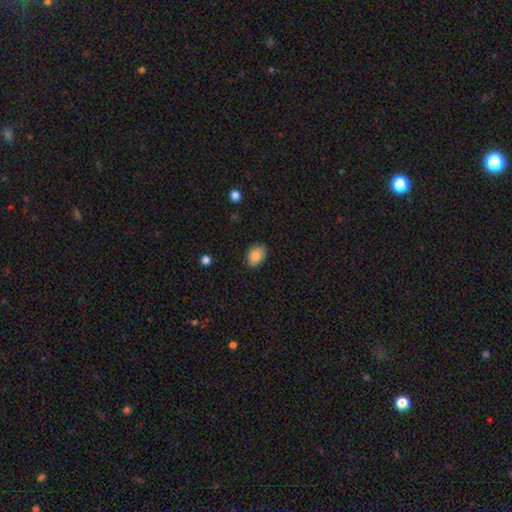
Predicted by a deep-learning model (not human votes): Smooth or featured: smooth — 86% (star or artifact — 8%)
How rounded: in between — 75% (round — 24%)
Merging: none — 83% (minor disturbance — 13%)